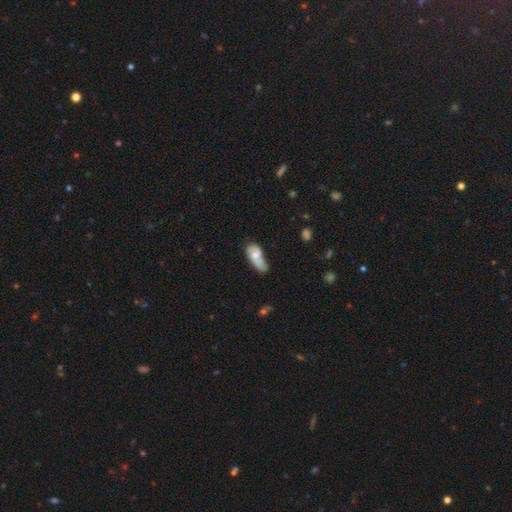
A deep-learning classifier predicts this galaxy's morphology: Overall: smooth (63%; featured or disk 29%). How rounded: in between (82%). Merging: minor disturbance (36%; none 27%).